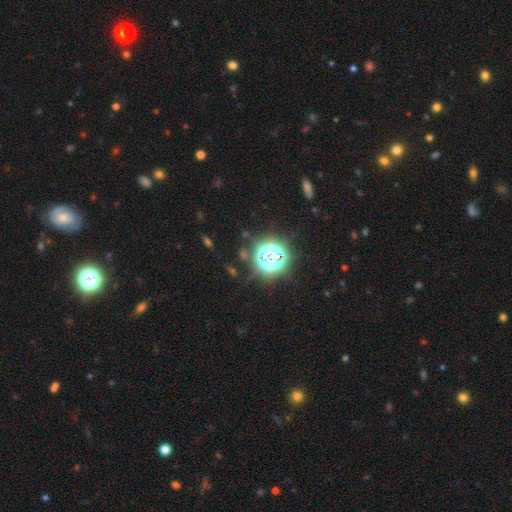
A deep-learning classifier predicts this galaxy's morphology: Smooth or featured? star or artifact (80%)